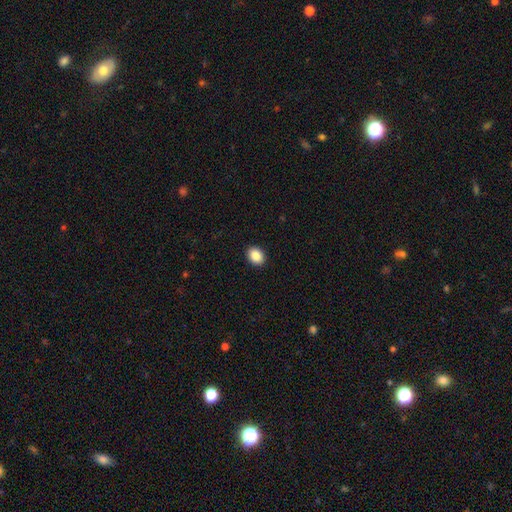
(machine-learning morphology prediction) A smooth galaxy with no disk features (88%) that is in between round and cigar-shaped (61%).

Vote fractions:
- Smooth or featured? smooth: 88% / star or artifact: 8% / featured or disk: 4%
- How rounded? in between: 61% / round: 38% / cigar-shaped: 1%
- Merging? none: 92% / minor disturbance: 5% / major disturbance: 2% / merger: 1%